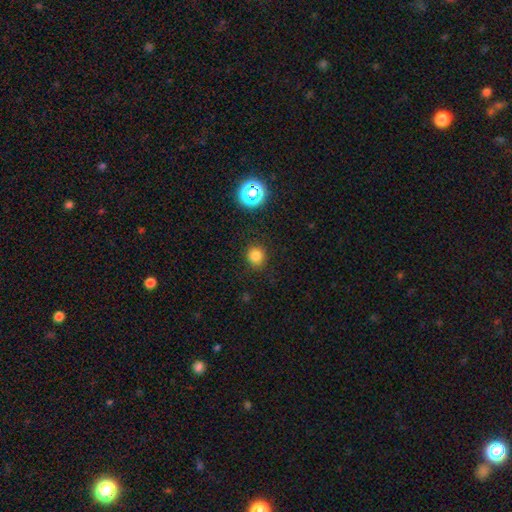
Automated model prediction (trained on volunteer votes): Smooth or featured: smooth — 81% (star or artifact — 14%)
How rounded: round — 89% (in between — 10%)
Merging: none — 89% (minor disturbance — 7%)